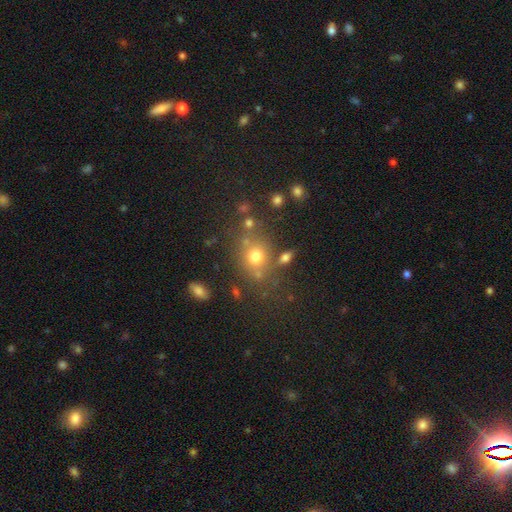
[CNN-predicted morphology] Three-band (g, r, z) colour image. It shows a smooth galaxy with no disk features (68%) that is round (68%). Merging: none (67%).